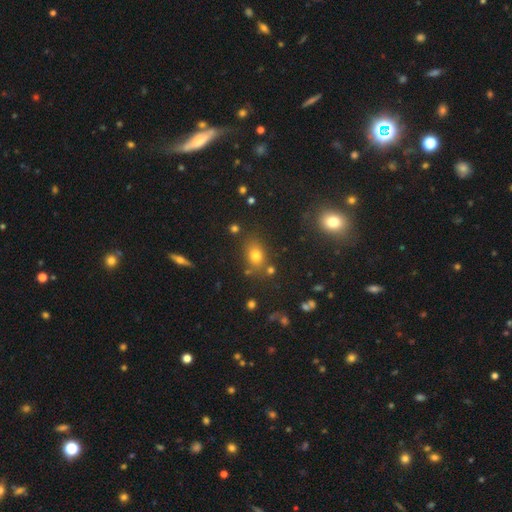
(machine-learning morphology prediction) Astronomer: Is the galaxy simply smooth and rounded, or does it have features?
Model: smooth — 71%.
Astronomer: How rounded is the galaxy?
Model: in between — 61% (runner-up: round, 37%).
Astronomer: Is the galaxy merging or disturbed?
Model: none — 76%.